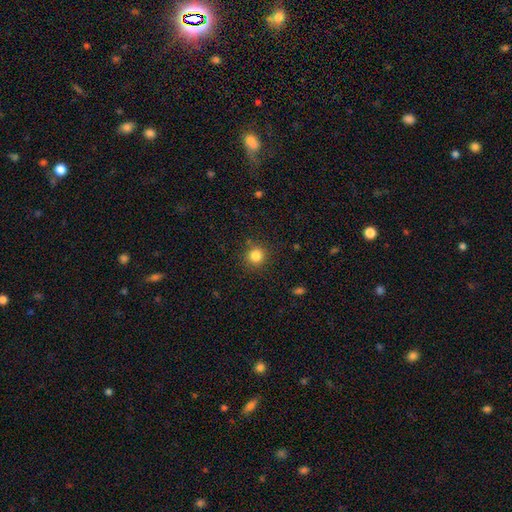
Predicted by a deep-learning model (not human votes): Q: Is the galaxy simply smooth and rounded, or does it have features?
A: smooth — 83%.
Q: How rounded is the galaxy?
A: round — 93%.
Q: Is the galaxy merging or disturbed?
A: none — 87%.